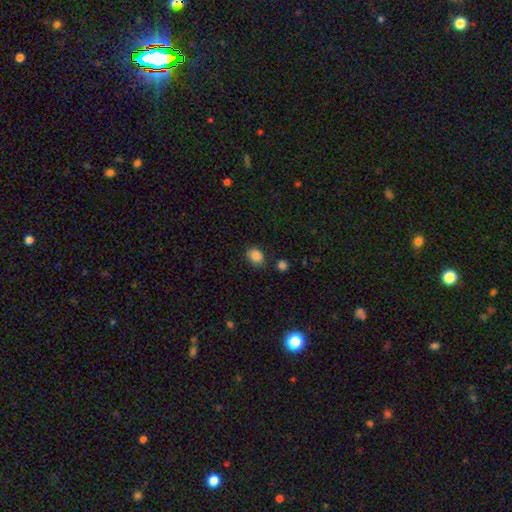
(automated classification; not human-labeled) A smooth galaxy with no disk features (86%) that is in between round and cigar-shaped (56%).

Vote fractions:
- Smooth or featured? smooth: 86% / star or artifact: 10% / featured or disk: 4%
- How rounded? in between: 56% / round: 43% / cigar-shaped: 1%
- Merging? none: 75% / minor disturbance: 17% / merger: 5% / major disturbance: 4%